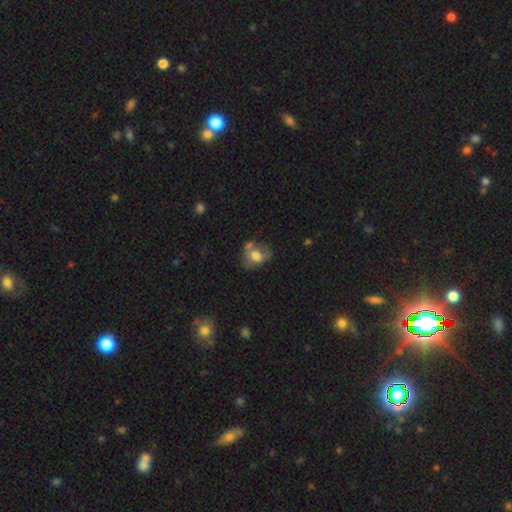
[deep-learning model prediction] This appears to be a smooth galaxy with no disk features (57%) that is in between round and cigar-shaped (51%). Merging: none (37%).